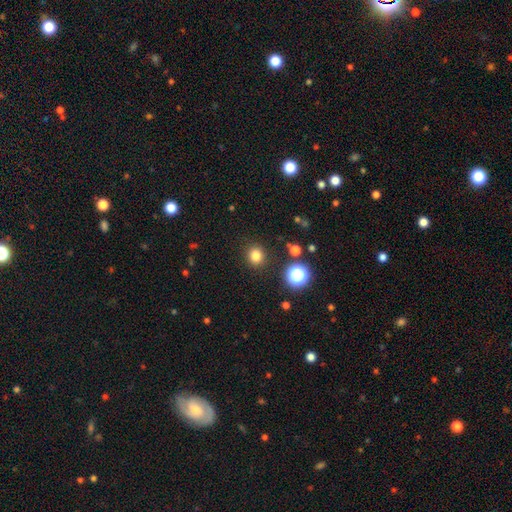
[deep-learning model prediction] This is likely a smooth galaxy (80%). How rounded: clearly round (85%). Merging: clearly none (89%).